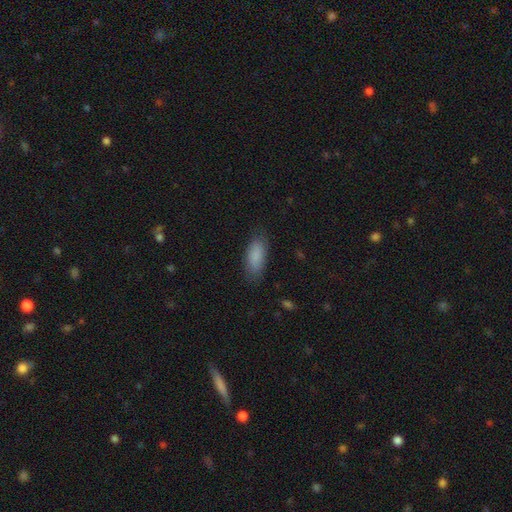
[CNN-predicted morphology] This appears to be a smooth galaxy with no disk features (88%) that is in between round and cigar-shaped (81%). Merging: none (82%).